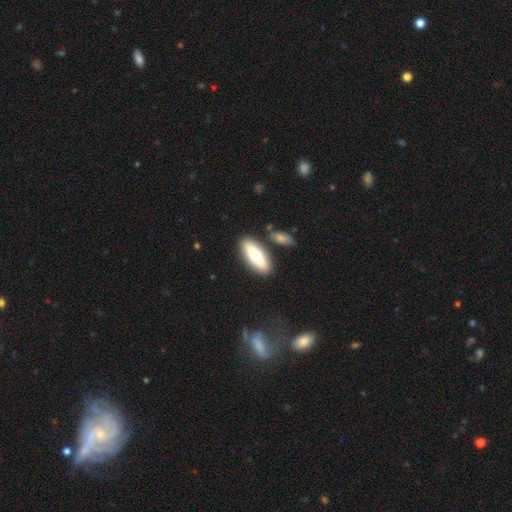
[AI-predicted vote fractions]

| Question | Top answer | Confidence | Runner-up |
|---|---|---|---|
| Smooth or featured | smooth | 63% | featured or disk (31%) |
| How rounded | in between | 65% | cigar-shaped (33%) |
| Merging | none | 82% | minor disturbance (9%) |